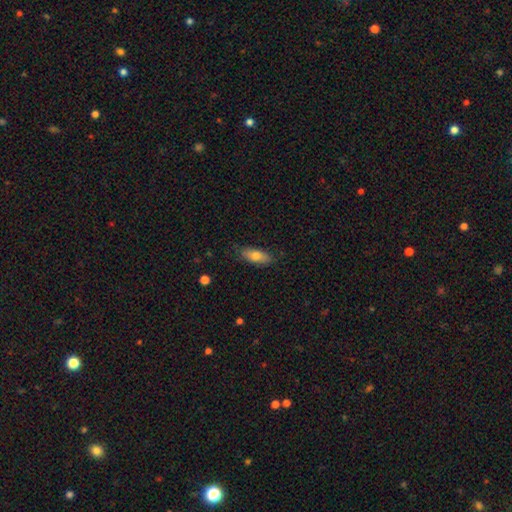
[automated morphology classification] smooth_or_featured: smooth (p=0.75) [alt: featured or disk p=0.19]
how_rounded: in between (p=0.76) [alt: cigar-shaped p=0.21]
merging: none (p=0.83) [alt: minor disturbance p=0.13]